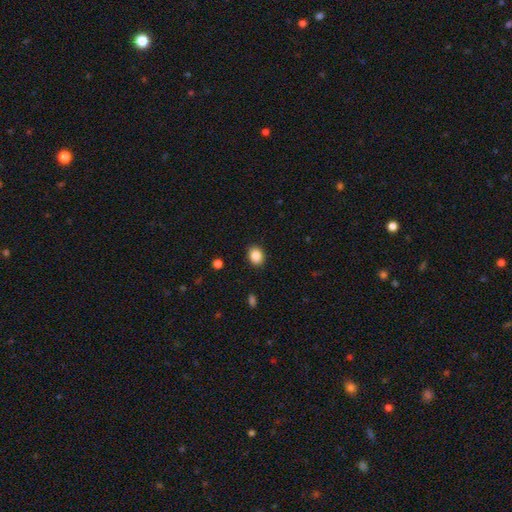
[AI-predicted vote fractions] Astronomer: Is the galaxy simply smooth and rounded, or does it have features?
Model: smooth — 87%.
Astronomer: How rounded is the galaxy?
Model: in between — 58% (runner-up: round, 41%).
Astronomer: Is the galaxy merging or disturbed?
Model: none — 89%.